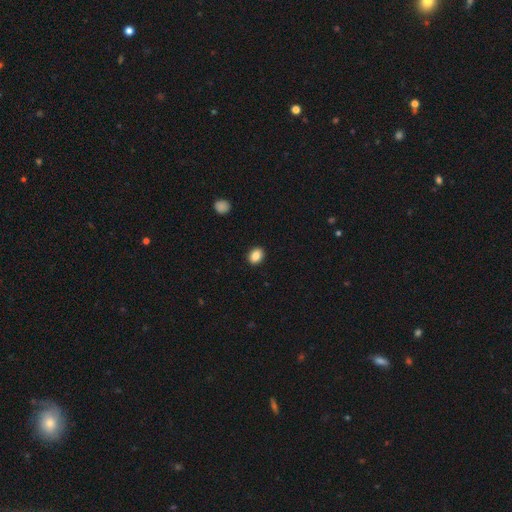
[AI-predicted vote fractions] A smooth galaxy with no disk features (87%) that is in between round and cigar-shaped (58%).

Vote fractions:
- Smooth or featured? smooth: 87% / star or artifact: 9% / featured or disk: 4%
- How rounded? in between: 58% / round: 41% / cigar-shaped: 1%
- Merging? none: 91% / minor disturbance: 6% / major disturbance: 2% / merger: 1%